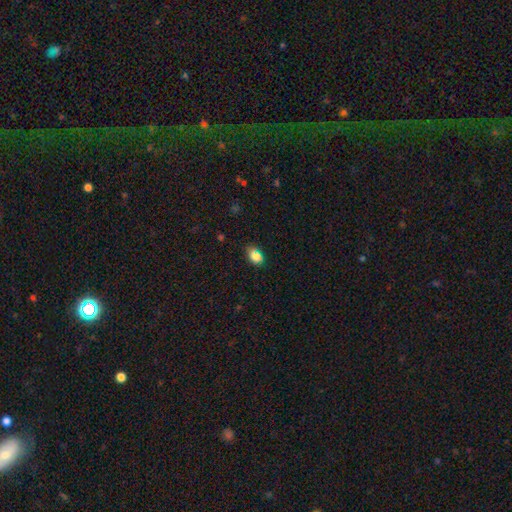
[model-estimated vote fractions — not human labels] Smooth or featured: smooth — 80% (star or artifact — 14%)
How rounded: in between — 81% (round — 17%)
Merging: none — 74% (minor disturbance — 18%)